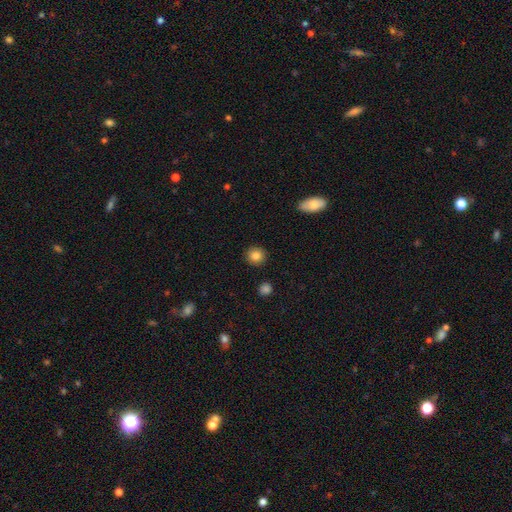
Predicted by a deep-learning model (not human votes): Morphology: type=smooth (85%); roundness=round (91%); merging=none (91%).